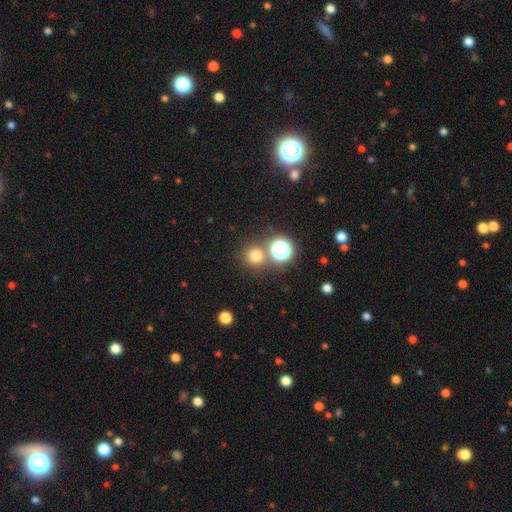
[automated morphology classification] This appears to be a smooth galaxy with no disk features (72%) that is round (93%). Merging: none (76%).